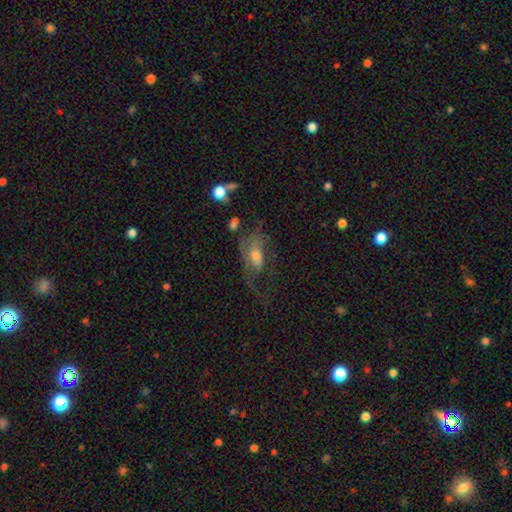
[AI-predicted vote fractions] This appears to be a featured or disk galaxy (55%). Merging: major disturbance (47%).